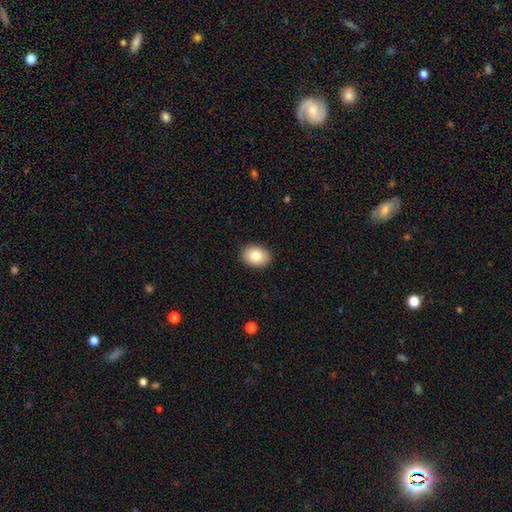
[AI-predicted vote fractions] Q: Smooth or featured?
A: smooth (85%); runner-up: star or artifact (7%)
Q: How rounded?
A: in between (74%); runner-up: round (25%)
Q: Merging?
A: none (90%); runner-up: minor disturbance (8%)